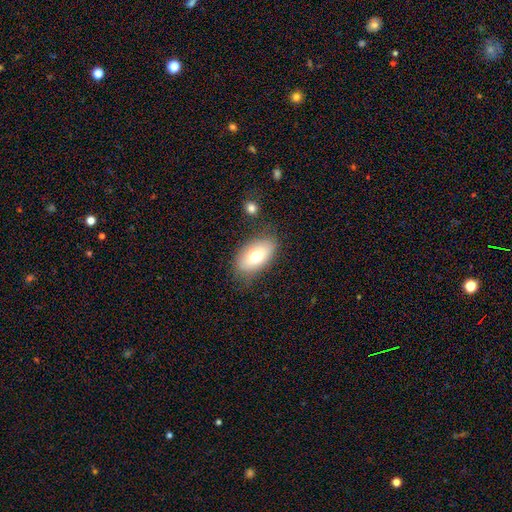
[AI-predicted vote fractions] smooth_or_featured: smooth (p=0.72) [alt: featured or disk p=0.20]
how_rounded: in between (p=0.92) [alt: round p=0.05]
merging: none (p=0.76) [alt: minor disturbance p=0.16]